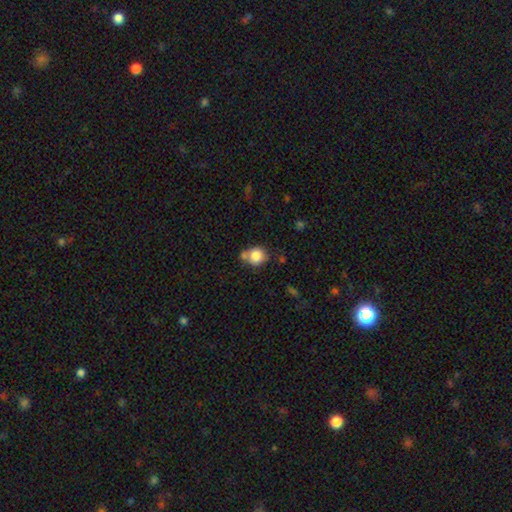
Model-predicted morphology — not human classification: The model was most divided on "merging": none: 56%, merger: 23%, minor disturbance: 16%, major disturbance: 5%. More confident: smooth or featured — smooth (83%); how rounded — round (80%).